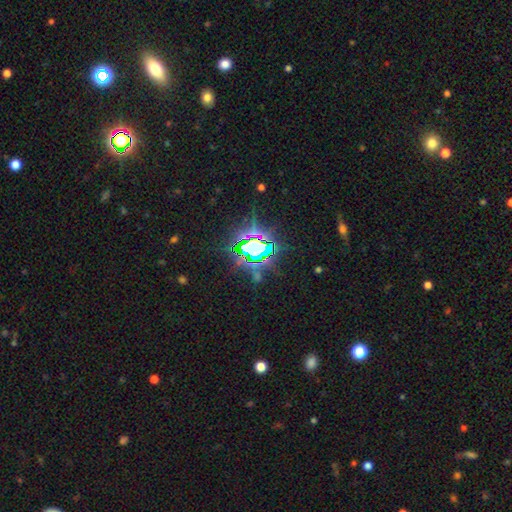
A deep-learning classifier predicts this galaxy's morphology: Smooth or featured? star or artifact (79%)